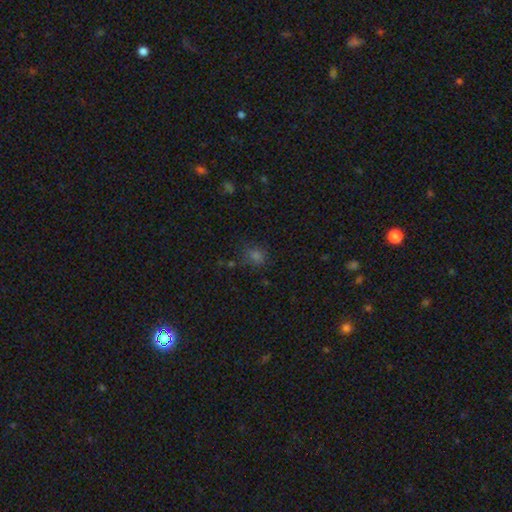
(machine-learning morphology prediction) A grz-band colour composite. It shows a smooth galaxy with no disk features (59%) that is round (65%). Merging: none (73%).